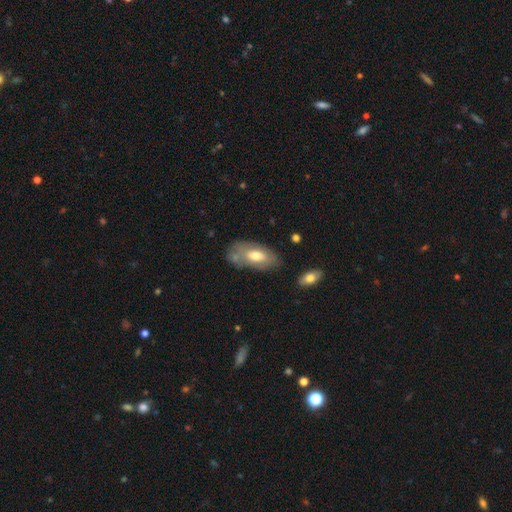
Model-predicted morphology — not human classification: Smooth or featured?
  - smooth: 63% *
  - featured or disk: 30%
  - star or artifact: 6%
How rounded?
  - in between: 91% *
  - cigar-shaped: 6%
  - round: 3%
Merging?
  - none: 62% *
  - minor disturbance: 22%
  - merger: 10%
  - major disturbance: 7%